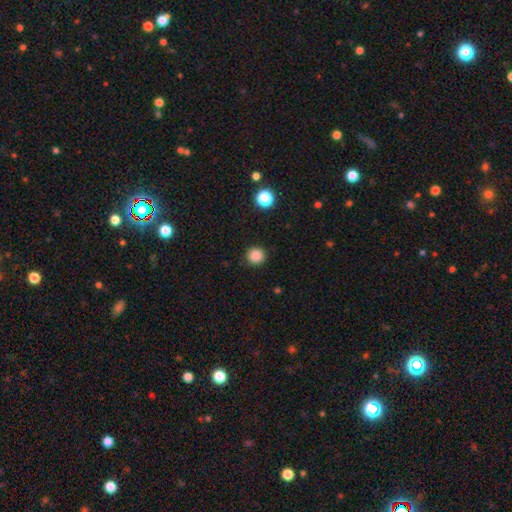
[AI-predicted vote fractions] A smooth galaxy with no disk features (86%) that is round (94%). Merging: none (92%).